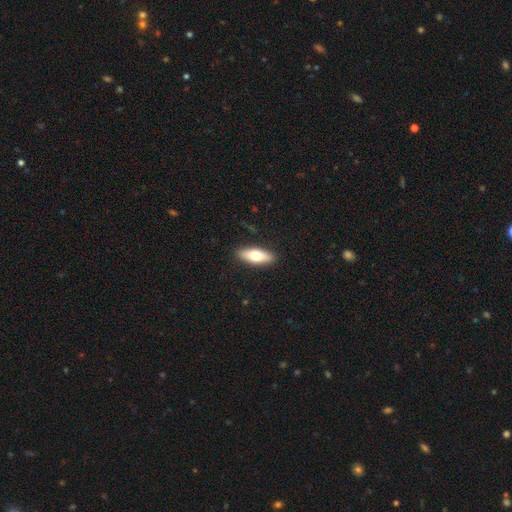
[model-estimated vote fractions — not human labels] Smooth or featured: smooth — 67% (featured or disk — 27%)
How rounded: in between — 67% (cigar-shaped — 30%)
Merging: none — 90% (minor disturbance — 7%)